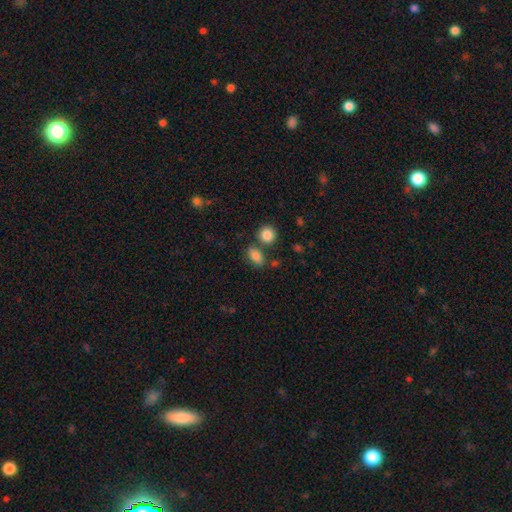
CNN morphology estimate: This is clearly a smooth galaxy (84%). How rounded: likely in between (79%). Merging: likely none (68%).